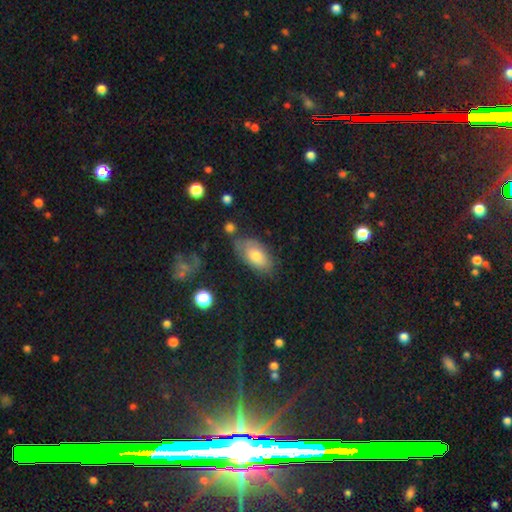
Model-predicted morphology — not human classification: A smooth galaxy with no disk features (71%) that is in between round and cigar-shaped (92%).

Vote fractions:
- Smooth or featured? smooth: 71% / featured or disk: 21% / star or artifact: 8%
- How rounded? in between: 92% / round: 5% / cigar-shaped: 4%
- Merging? none: 65% / minor disturbance: 24% / major disturbance: 7% / merger: 5%